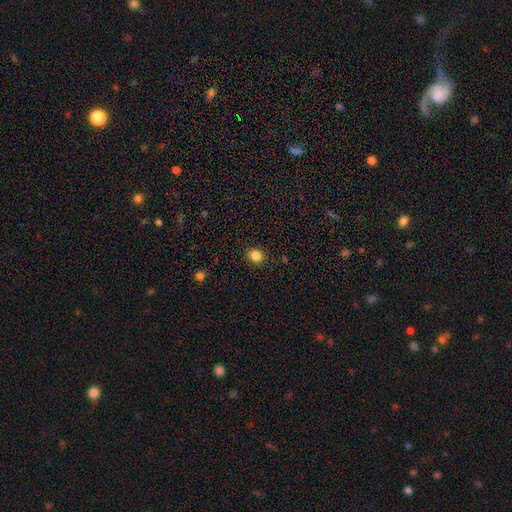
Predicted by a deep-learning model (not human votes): A smooth galaxy with no disk features (84%) that is round (66%). Merging: none (90%).